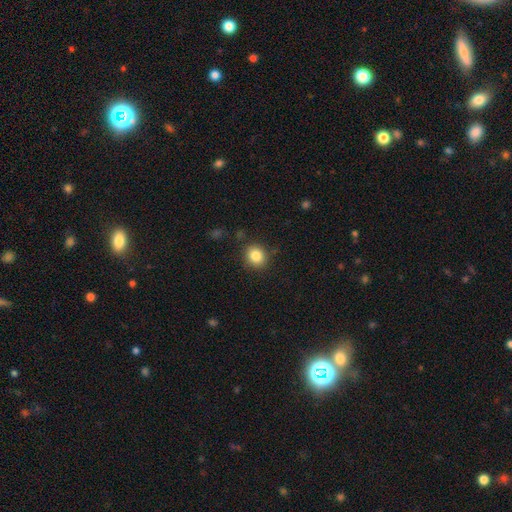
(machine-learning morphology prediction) Overall: smooth (84%). How rounded: round (75%). Merging: none (86%).